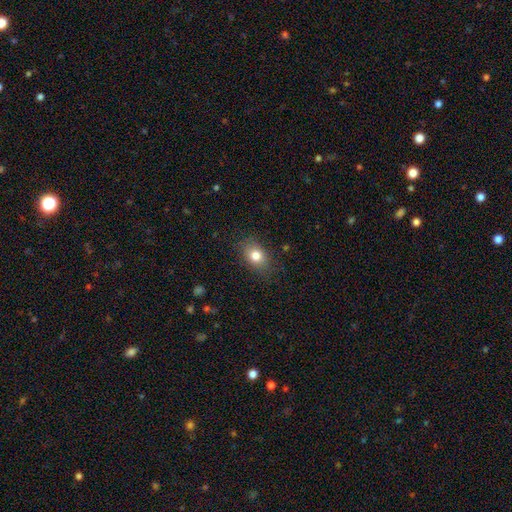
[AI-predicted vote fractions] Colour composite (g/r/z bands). It shows a smooth galaxy with no disk features (79%) that is in between round and cigar-shaped (71%). Merging: none (83%).